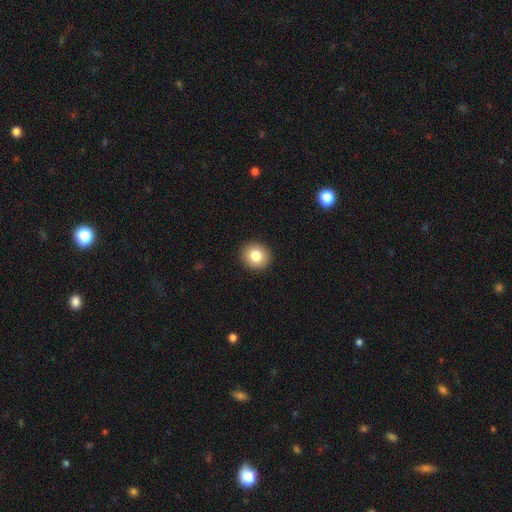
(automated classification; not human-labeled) smooth-or-featured: smooth: 82% | star or artifact: 9% | featured or disk: 9%
  how-rounded: round: 89% | in between: 10% | cigar-shaped: 1%
  merging: none: 93% | minor disturbance: 5% | major disturbance: 2% | merger: 1%